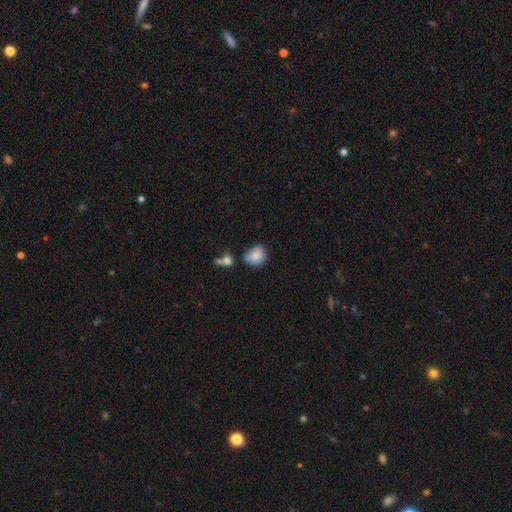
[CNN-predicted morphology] smooth_or_featured: smooth (p=0.81) [alt: featured or disk p=0.10]
how_rounded: round (p=0.59) [alt: in between p=0.40]
merging: none (p=0.52) [alt: minor disturbance p=0.28]